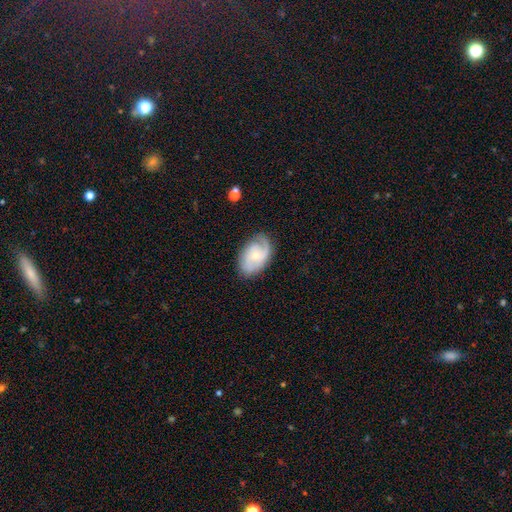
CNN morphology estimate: smooth-or-featured: featured or disk: 69% | smooth: 25% | star or artifact: 6%
  disk-edge-on: no: 96% | yes: 4%
    bar: no: 70% | weak: 26% | strong: 4%
    has-spiral-arms: yes: 89% | no: 11%
      spiral-winding: medium: 41% | tight: 39% | loose: 20%
      spiral-arm-count: 2: 48% | can't tell: 21% | 1: 18% | 3: 9% | 4: 2% | more than 4: 2%
    bulge-size: small: 60% | moderate: 36% | large: 2% | none: 2% | dominant: 1%
  merging: none: 73% | minor disturbance: 19% | major disturbance: 7% | merger: 1%